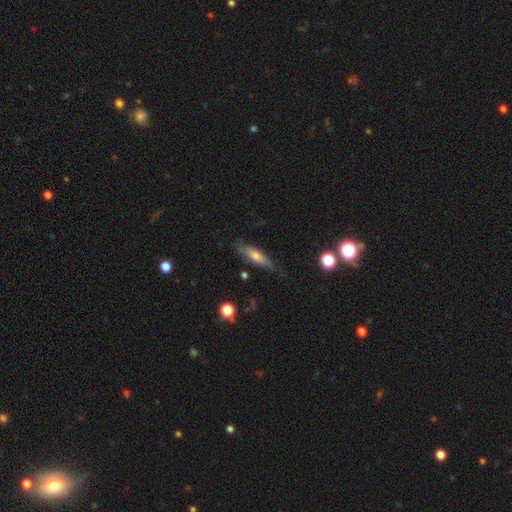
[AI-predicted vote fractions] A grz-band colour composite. It shows a smooth galaxy with no disk features (55%) that is cigar-shaped (71%). Merging: none (77%).